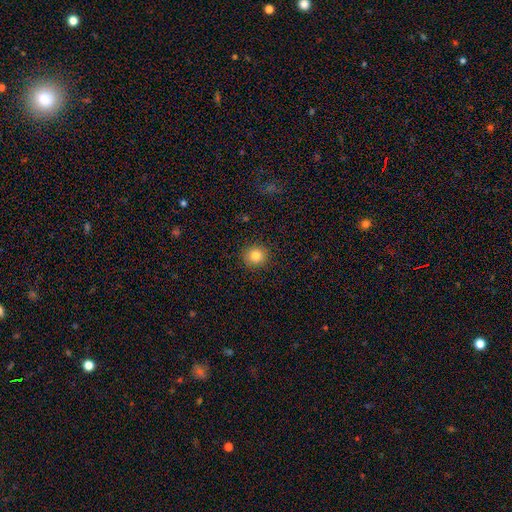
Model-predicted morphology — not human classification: Smooth or featured: smooth — 83% (star or artifact — 11%)
How rounded: round — 89% (in between — 10%)
Merging: none — 91% (minor disturbance — 6%)